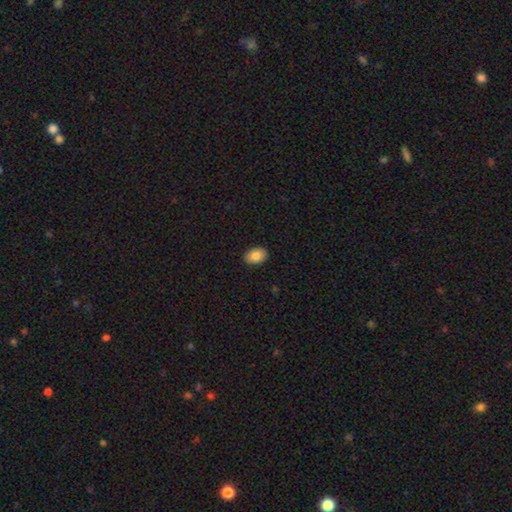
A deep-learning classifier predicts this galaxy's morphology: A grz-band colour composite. It shows a smooth galaxy with no disk features (85%) that is in between round and cigar-shaped (85%). Merging: none (90%).